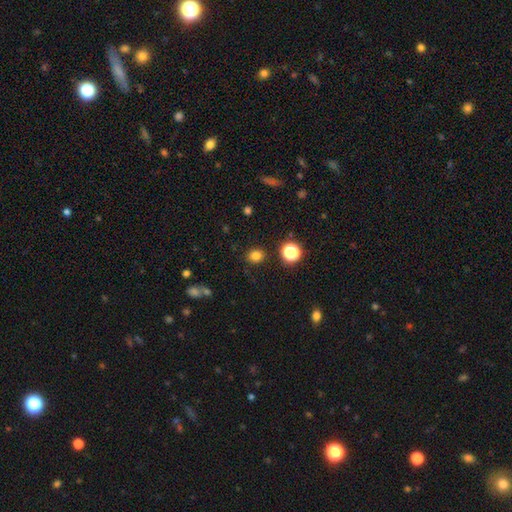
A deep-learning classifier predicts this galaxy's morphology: A smooth galaxy with no disk features (80%) that is round (79%).

Vote fractions:
- Smooth or featured? smooth: 80% / star or artifact: 15% / featured or disk: 5%
- How rounded? round: 79% / in between: 20% / cigar-shaped: 1%
- Merging? none: 89% / minor disturbance: 7% / major disturbance: 2% / merger: 2%